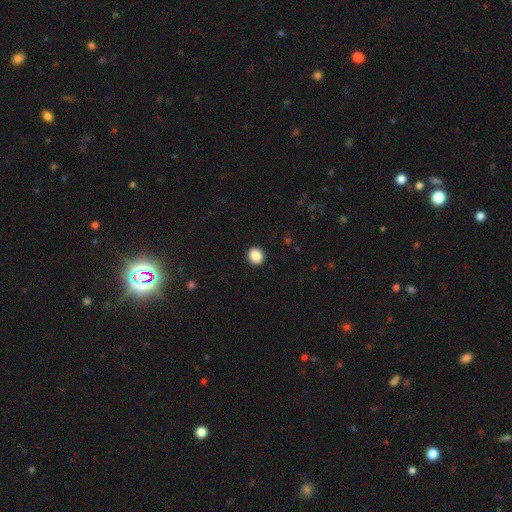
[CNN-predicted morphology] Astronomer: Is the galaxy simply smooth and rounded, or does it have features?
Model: smooth — 89%.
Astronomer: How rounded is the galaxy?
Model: round — 77%.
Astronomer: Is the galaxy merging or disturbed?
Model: none — 92%.